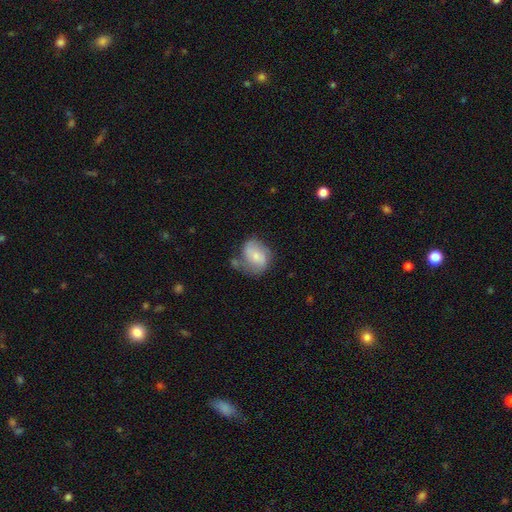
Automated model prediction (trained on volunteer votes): A smooth galaxy with no disk features (49%).

Vote fractions:
- Smooth or featured? smooth: 49% / featured or disk: 44% / star or artifact: 7%
- Merging? none: 46% / minor disturbance: 29% / major disturbance: 14% / merger: 11%